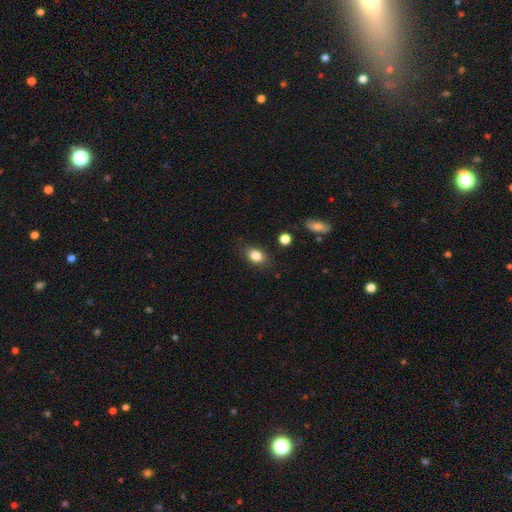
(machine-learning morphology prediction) Smooth or featured? Predicted: smooth (p=0.83). How rounded? Predicted: in between (p=0.74). Merging? Predicted: none (p=0.82).